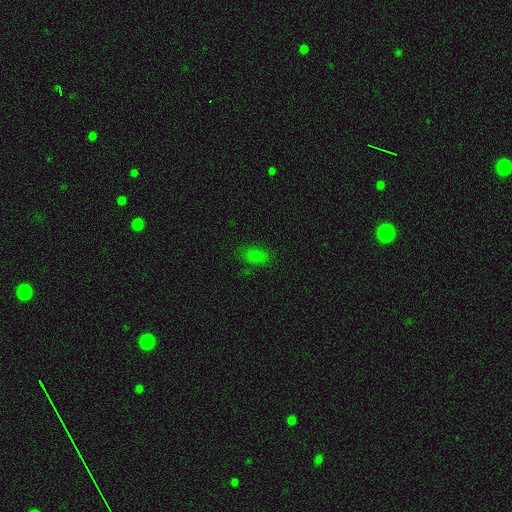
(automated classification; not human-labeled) Overall: smooth (75%). How rounded: in between (89%). Merging: none (75%).